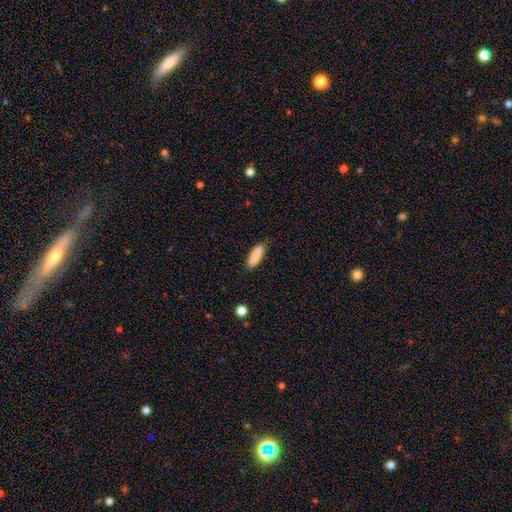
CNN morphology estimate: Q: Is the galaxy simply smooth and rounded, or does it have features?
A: smooth — 88%.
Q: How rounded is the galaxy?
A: in between — 57%.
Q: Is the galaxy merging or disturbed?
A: none — 83%.